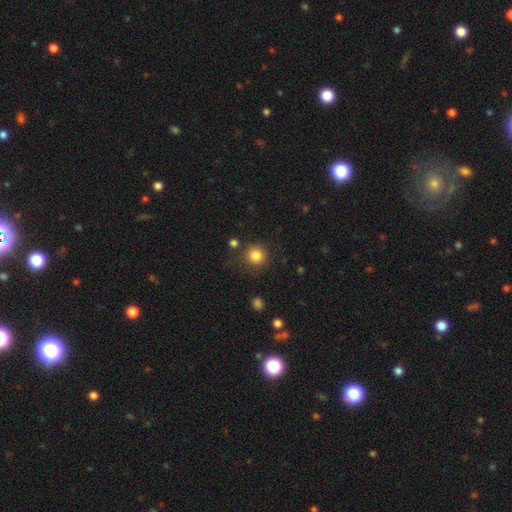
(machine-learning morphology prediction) smooth 84%, star or artifact 11%, featured or disk 5%. Down the decision tree: how rounded — round (93%); merging — none (84%).